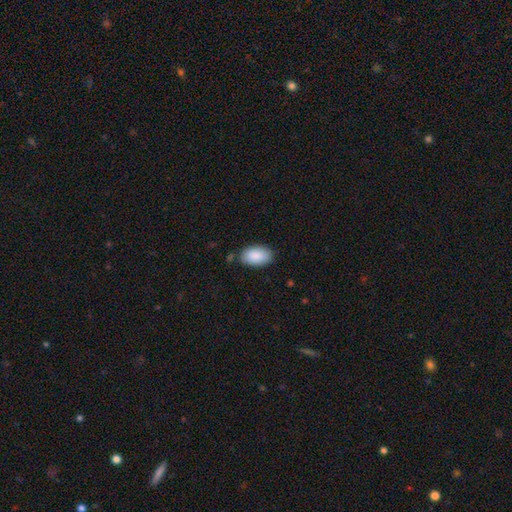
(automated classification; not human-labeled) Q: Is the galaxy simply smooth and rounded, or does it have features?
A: smooth — 89%.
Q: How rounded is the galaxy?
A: in between — 95%.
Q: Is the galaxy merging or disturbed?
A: none — 82%.